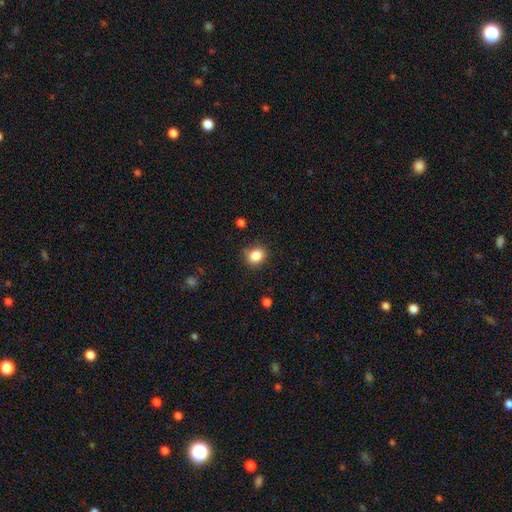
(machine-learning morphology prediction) The model was most divided on "how rounded": round: 71%, in between: 28%, cigar-shaped: 1%. More confident: smooth or featured — smooth (85%); merging — none (81%).